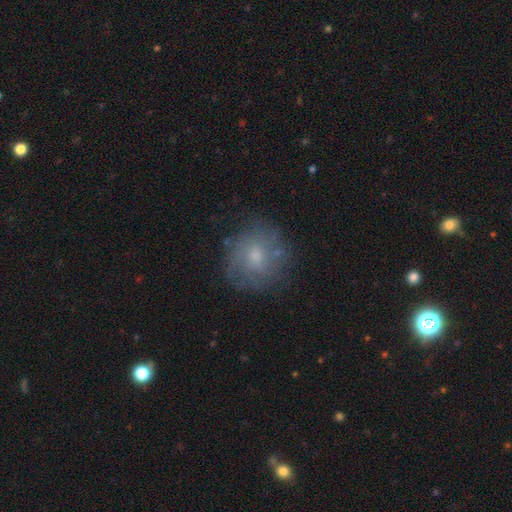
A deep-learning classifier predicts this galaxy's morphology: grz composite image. It shows a smooth galaxy with no disk features (50%) that is round (84%). Merging: none (74%).